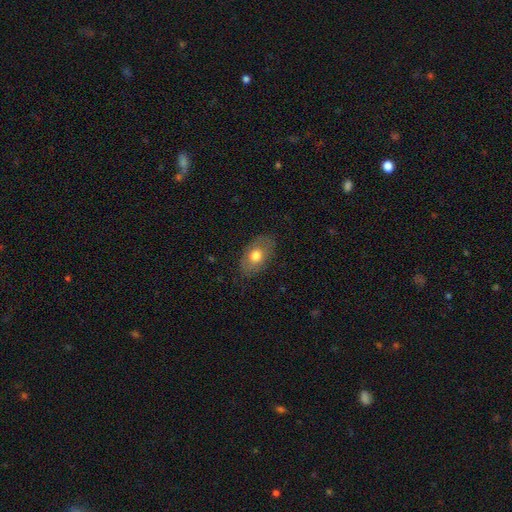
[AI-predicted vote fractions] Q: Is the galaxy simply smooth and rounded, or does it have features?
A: smooth — 66%.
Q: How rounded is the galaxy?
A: in between — 87%.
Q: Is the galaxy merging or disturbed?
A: none — 78%.